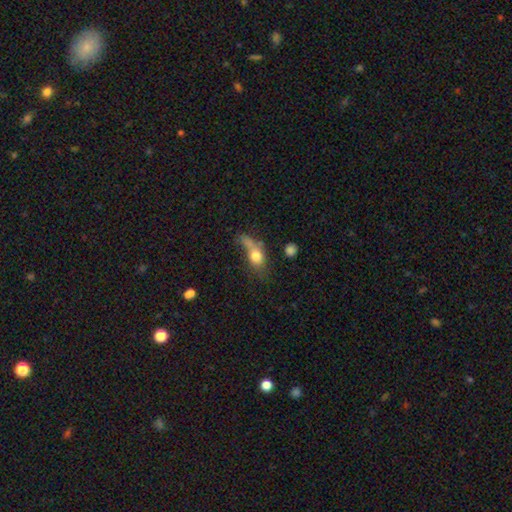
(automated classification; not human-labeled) Smooth or featured: smooth — 73% (featured or disk — 18%)
How rounded: in between — 58% (round — 33%)
Merging: none — 28% (tied with merger — 28%)